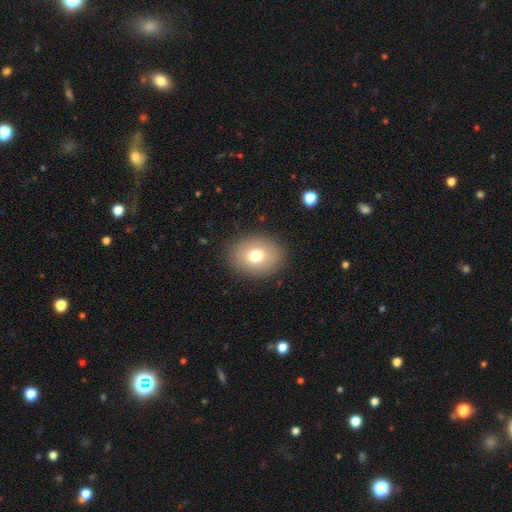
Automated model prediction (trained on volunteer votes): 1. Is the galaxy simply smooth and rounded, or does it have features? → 74% smooth, 16% featured or disk, 10% star or artifact.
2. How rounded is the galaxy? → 51% in between, 48% round, 1% cigar-shaped.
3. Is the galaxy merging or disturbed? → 88% none, 8% minor disturbance, 3% major disturbance, 1% merger.